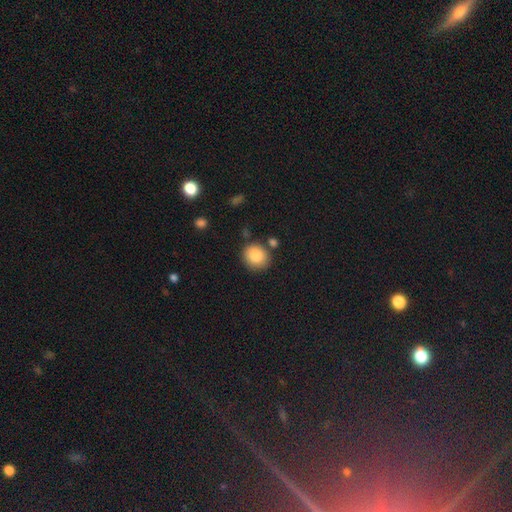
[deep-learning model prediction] Smooth or featured: smooth — 85% (star or artifact — 8%)
How rounded: round — 79% (in between — 20%)
Merging: none — 79% (minor disturbance — 11%)